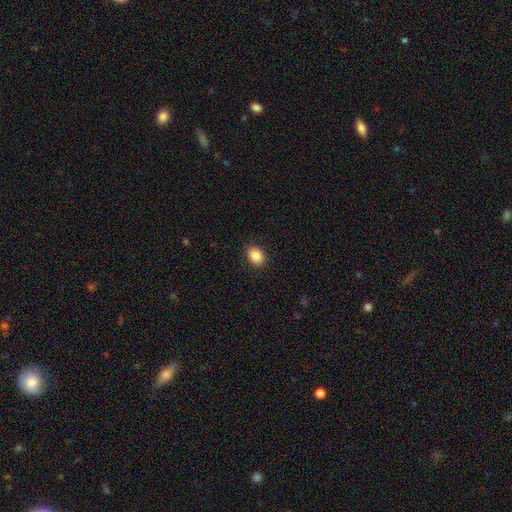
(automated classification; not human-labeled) smooth 87%, star or artifact 9%, featured or disk 5%. Down the decision tree: how rounded — in between (66%); merging — none (89%).